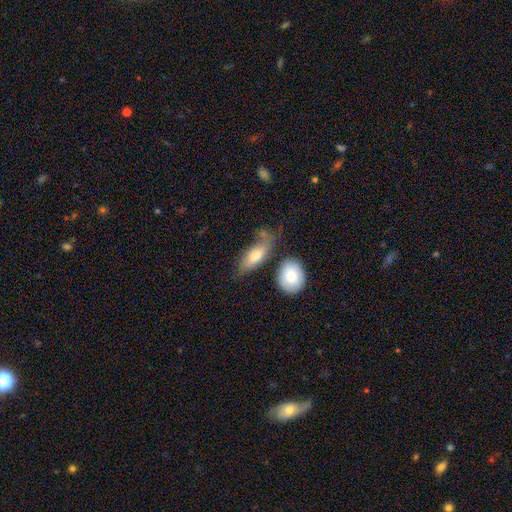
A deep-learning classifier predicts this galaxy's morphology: Q: Smooth or featured?
A: smooth (72%); runner-up: featured or disk (21%)
Q: How rounded?
A: in between (75%); runner-up: cigar-shaped (21%)
Q: Merging?
A: none (54%); runner-up: minor disturbance (23%)